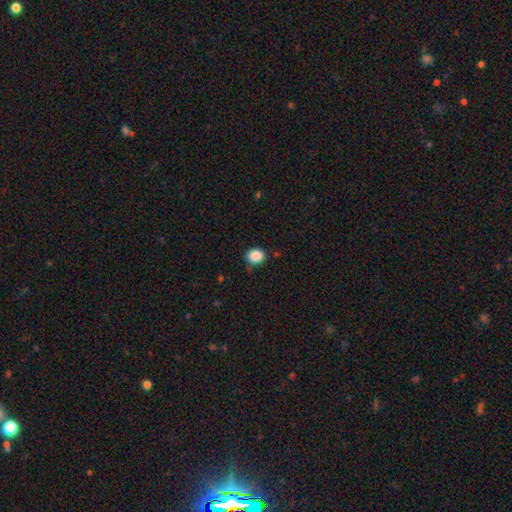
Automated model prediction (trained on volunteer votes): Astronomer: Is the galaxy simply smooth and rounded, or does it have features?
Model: smooth — 87%.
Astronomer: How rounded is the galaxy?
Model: round — 53% (runner-up: in between, 46%).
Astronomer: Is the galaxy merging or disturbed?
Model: none — 81%.